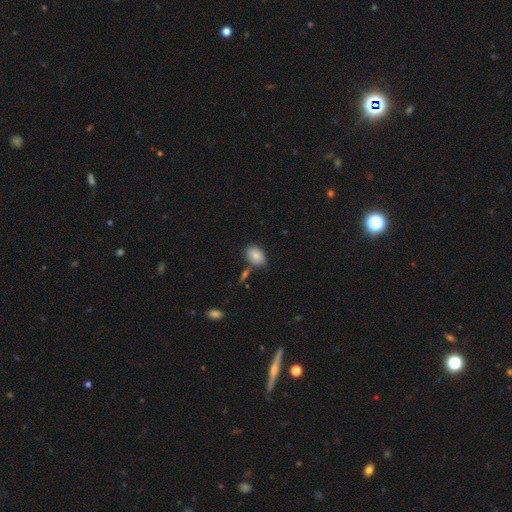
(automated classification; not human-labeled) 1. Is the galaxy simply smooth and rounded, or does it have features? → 85% smooth, 8% featured or disk, 8% star or artifact.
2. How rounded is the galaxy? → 86% in between, 13% round, 1% cigar-shaped.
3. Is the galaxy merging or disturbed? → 64% none, 20% minor disturbance, 12% merger, 5% major disturbance.